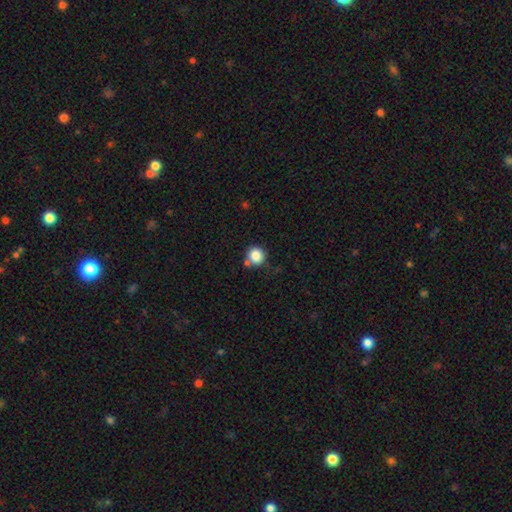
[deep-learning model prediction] A smooth galaxy with no disk features (86%) that is round (91%). Merging: none (72%).